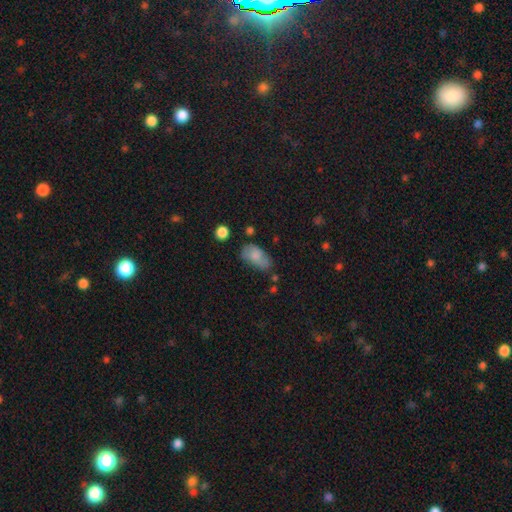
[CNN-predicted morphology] Q: Smooth or featured?
A: smooth (75%); runner-up: featured or disk (17%)
Q: How rounded?
A: in between (92%); runner-up: round (5%)
Q: Merging?
A: none (52%); runner-up: minor disturbance (31%)